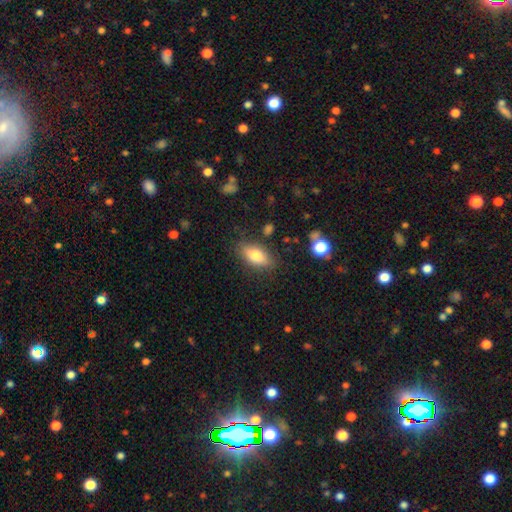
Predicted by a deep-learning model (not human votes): smooth_or_featured: smooth (p=0.78) [alt: featured or disk p=0.14]
how_rounded: in between (p=0.86) [alt: cigar-shaped p=0.09]
merging: none (p=0.82) [alt: minor disturbance p=0.13]